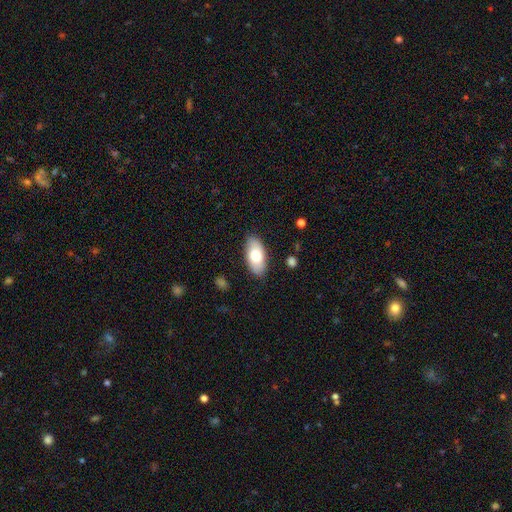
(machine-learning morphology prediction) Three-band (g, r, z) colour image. It shows a smooth galaxy with no disk features (77%) that is in between round and cigar-shaped (93%). Merging: none (86%).